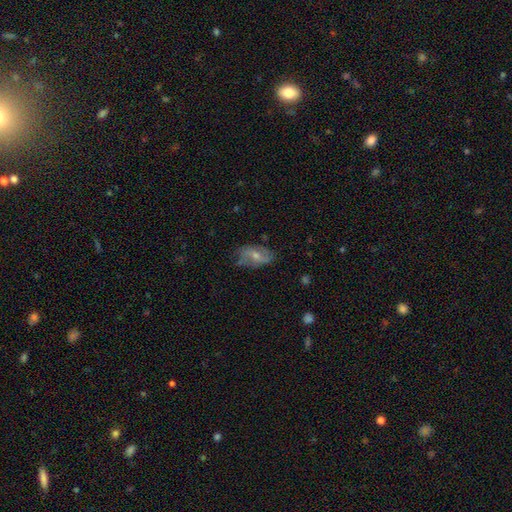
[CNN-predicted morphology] type=smooth (48%); merging=none (65%).